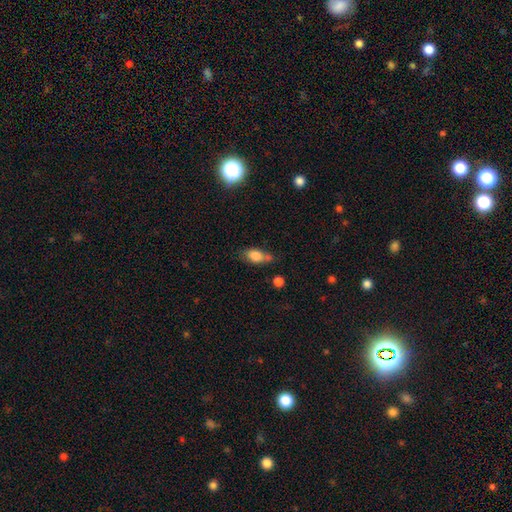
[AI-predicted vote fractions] The model was most divided on "merging": none: 48%, minor disturbance: 24%, merger: 20%, major disturbance: 7%. More confident: how rounded — in between (82%); smooth or featured — smooth (80%).